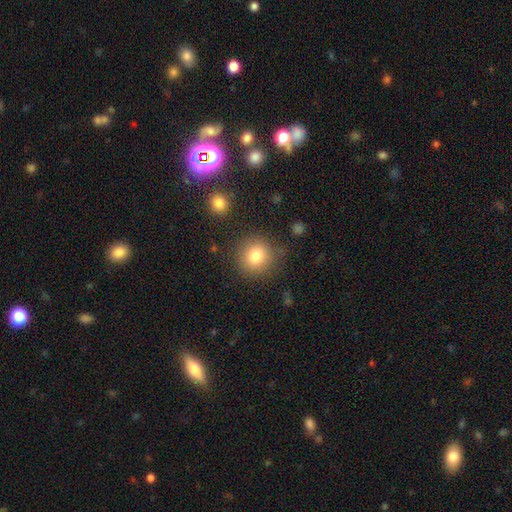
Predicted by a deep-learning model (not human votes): The model was most divided on "merging": none: 81%, minor disturbance: 11%, major disturbance: 5%, merger: 3%. More confident: how rounded — round (89%); smooth or featured — smooth (82%).